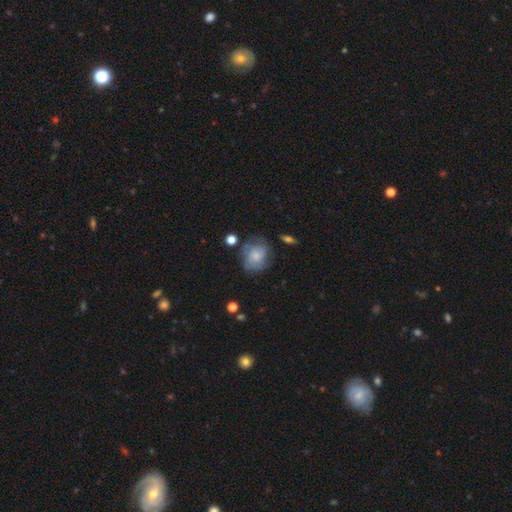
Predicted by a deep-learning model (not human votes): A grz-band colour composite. It shows a smooth galaxy with no disk features (46%, tied with featured or disk). Merging: none (62%).